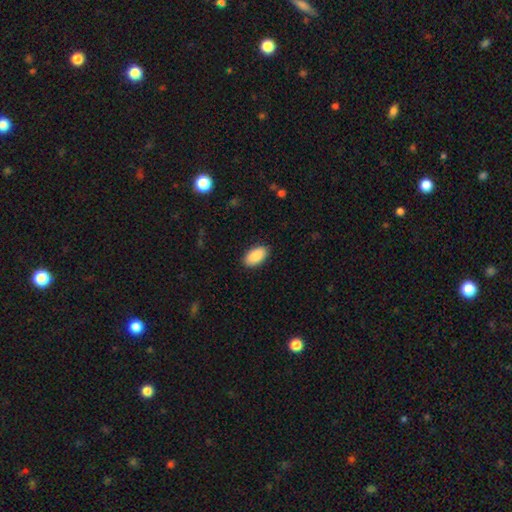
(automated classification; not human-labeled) Smooth or featured?
  - smooth: 90% *
  - star or artifact: 6%
  - featured or disk: 3%
How rounded?
  - in between: 95% *
  - round: 3%
  - cigar-shaped: 2%
Merging?
  - none: 88% *
  - minor disturbance: 9%
  - major disturbance: 2%
  - merger: 1%